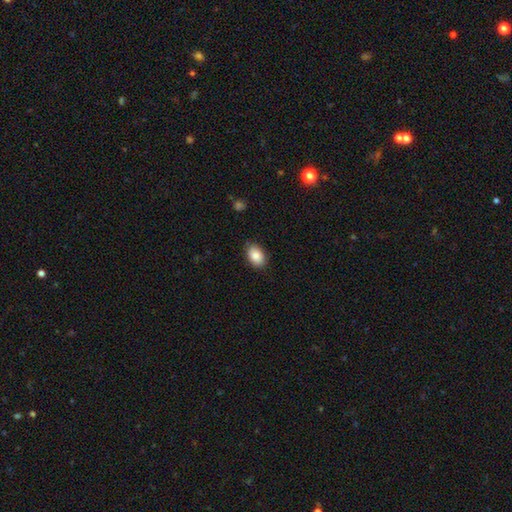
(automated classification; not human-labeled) Smooth or featured: smooth — 87% (star or artifact — 7%)
How rounded: in between — 87% (round — 12%)
Merging: none — 84% (minor disturbance — 13%)